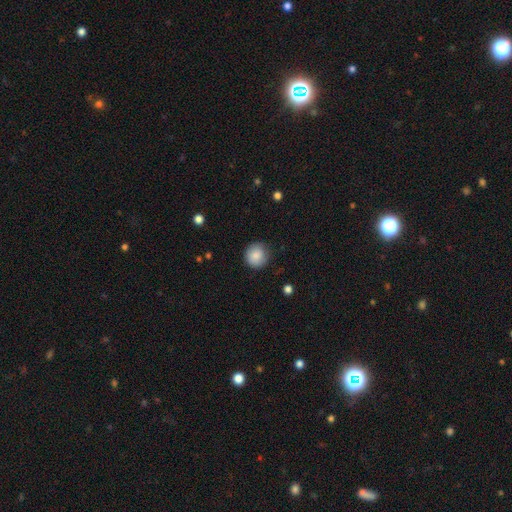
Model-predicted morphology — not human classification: type=smooth (87%); roundness=round (92%); merging=none (85%).